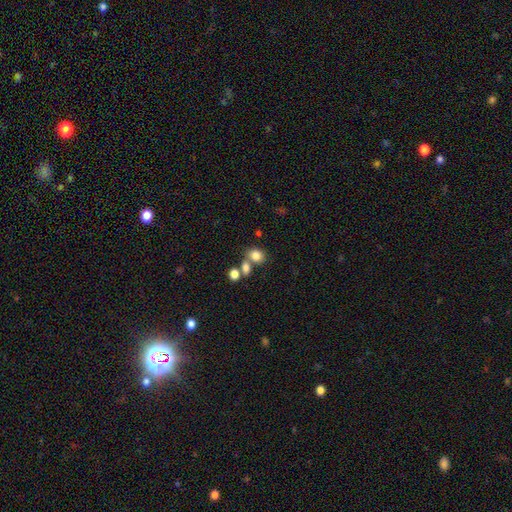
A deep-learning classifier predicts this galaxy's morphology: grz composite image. It shows a smooth galaxy with no disk features (81%) that is round (52%). Merging: none (52%).